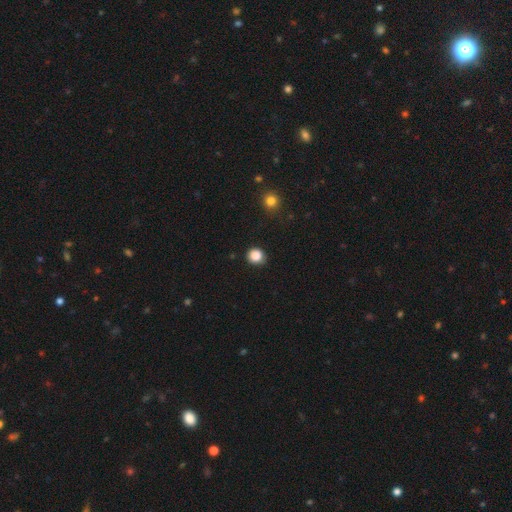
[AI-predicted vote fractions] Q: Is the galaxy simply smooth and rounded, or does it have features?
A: smooth — 86%.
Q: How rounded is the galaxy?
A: round — 91%.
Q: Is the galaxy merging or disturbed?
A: none — 86%.